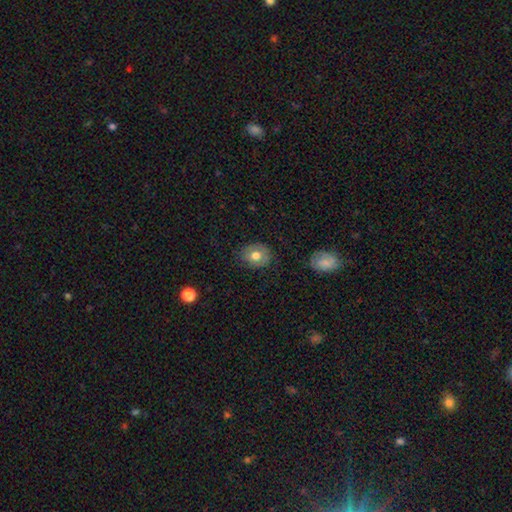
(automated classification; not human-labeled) The model was most divided on "how rounded": round: 64%, in between: 35%, cigar-shaped: 1%. More confident: merging — none (81%); smooth or featured — smooth (67%).